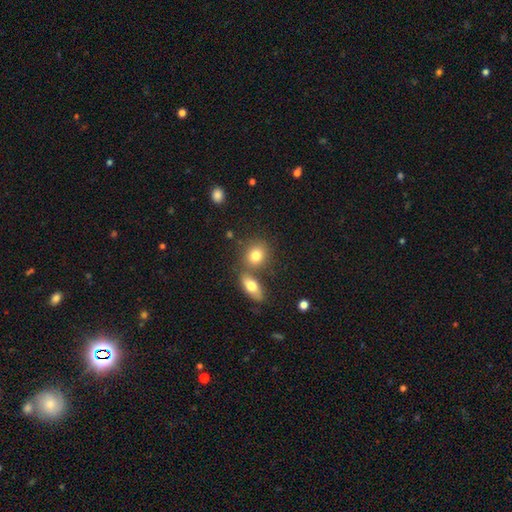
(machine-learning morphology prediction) type=smooth (80%); roundness=round (60%); merging=none (57%).